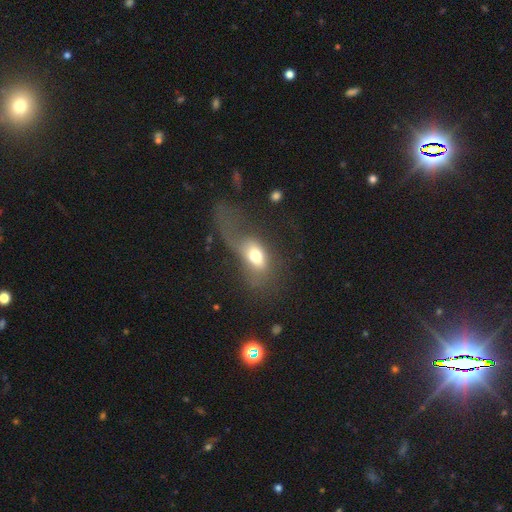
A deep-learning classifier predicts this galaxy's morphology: A smooth galaxy with no disk features (65%) that is in between round and cigar-shaped (82%). Merging: major disturbance (61%).